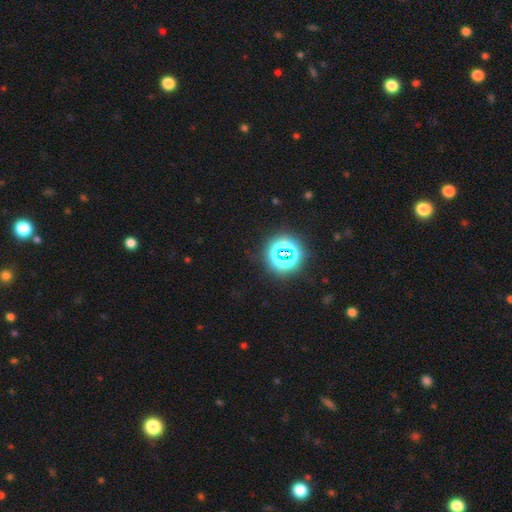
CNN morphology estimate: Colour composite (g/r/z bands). It shows a star or artifact, not a galaxy (77%).